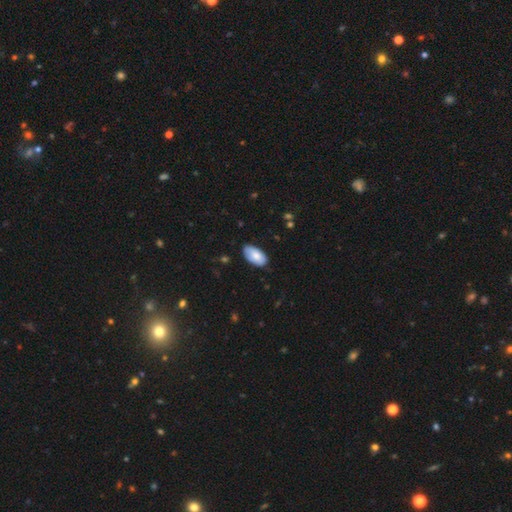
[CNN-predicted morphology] smooth-or-featured: smooth: 81% | featured or disk: 13% | star or artifact: 6%
  how-rounded: in between: 96% | round: 2% | cigar-shaped: 2%
  merging: none: 79% | minor disturbance: 18% | major disturbance: 3% | merger: 1%